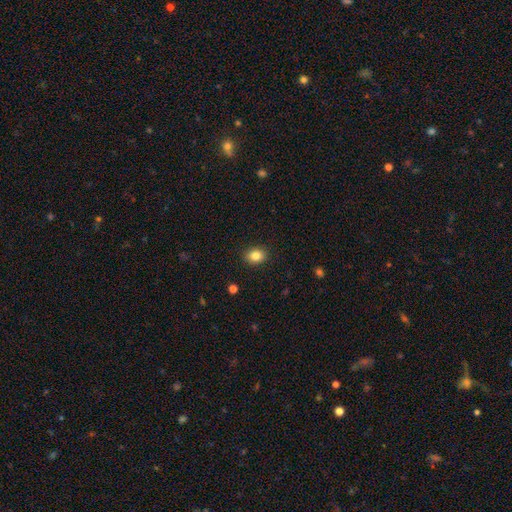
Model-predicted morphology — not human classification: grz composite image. It shows a smooth galaxy with no disk features (84%) that is in between round and cigar-shaped (57%). Merging: none (90%).